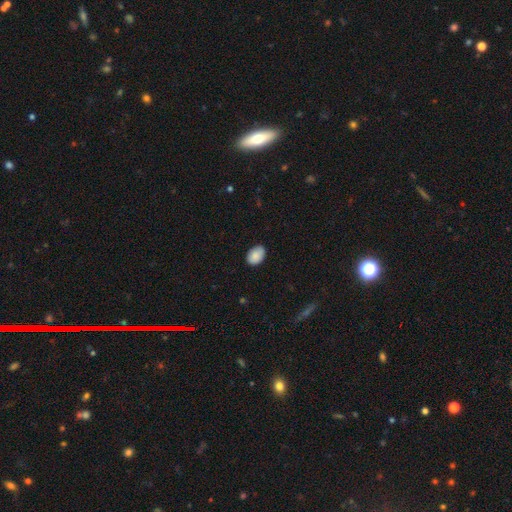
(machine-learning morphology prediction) A smooth galaxy with no disk features (88%) that is in between round and cigar-shaped (85%). Merging: none (84%).